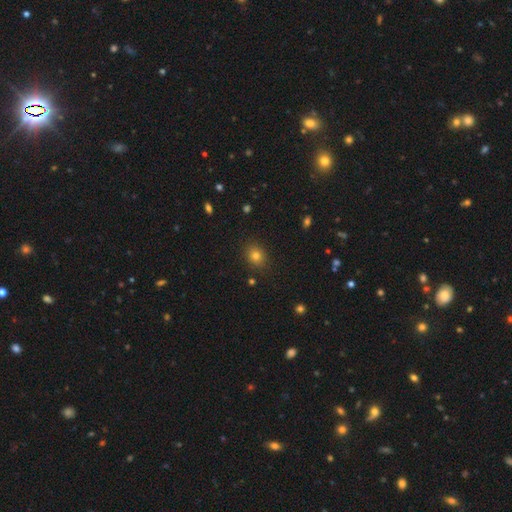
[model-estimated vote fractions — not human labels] Smooth or featured? Predicted: smooth (p=0.78). How rounded? Predicted: round (p=0.64). Merging? Predicted: none (p=0.87).